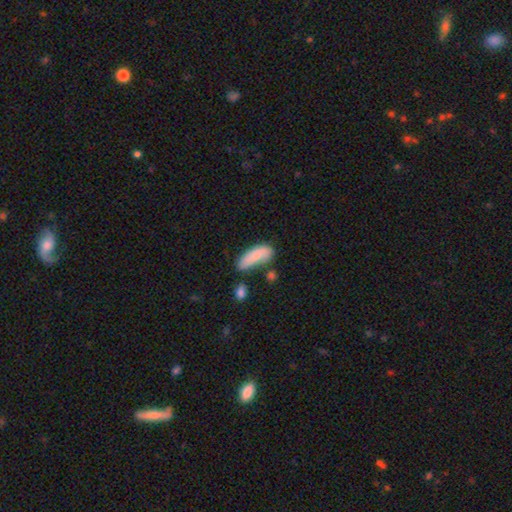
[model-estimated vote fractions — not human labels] Smooth or featured? Predicted: smooth (p=0.81). How rounded? Predicted: in between (p=0.70). Merging? Predicted: none (p=0.45).